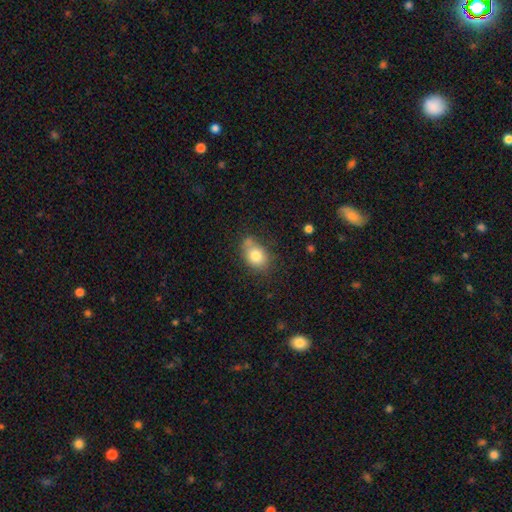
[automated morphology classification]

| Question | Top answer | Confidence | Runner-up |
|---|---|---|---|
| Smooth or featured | smooth | 79% | featured or disk (12%) |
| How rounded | in between | 70% | round (28%) |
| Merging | none | 54% | minor disturbance (27%) |